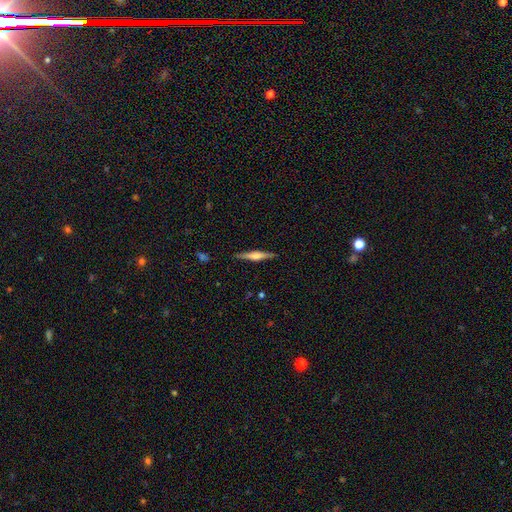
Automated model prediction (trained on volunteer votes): Smooth or featured: featured or disk — 66% (smooth — 28%)
Edge-on disk: yes — 98% (no — 2%)
Edge-on bulge: rounded — 72% (boxy — 21%)
Merging: none — 90% (minor disturbance — 7%)